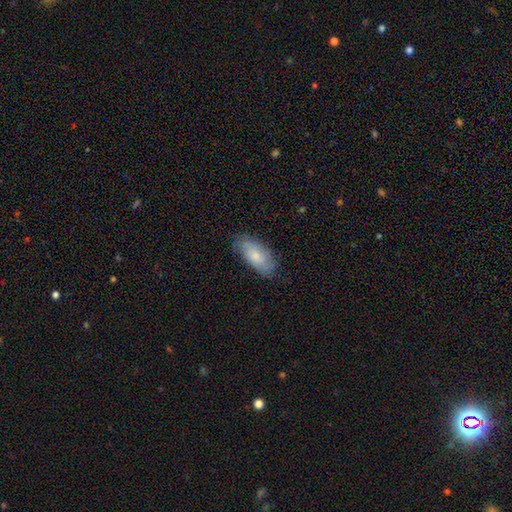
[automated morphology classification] This is likely a smooth galaxy (69%). How rounded: clearly in between (88%). Merging: likely none (74%).